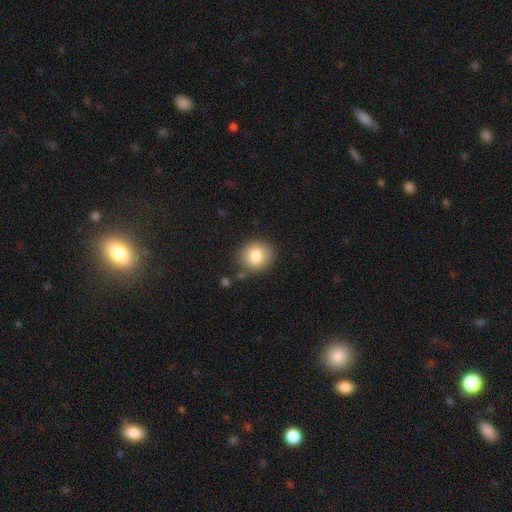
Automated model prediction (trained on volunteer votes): Q: Smooth or featured?
A: smooth (81%); runner-up: featured or disk (10%)
Q: How rounded?
A: round (81%); runner-up: in between (18%)
Q: Merging?
A: none (83%); runner-up: minor disturbance (10%)